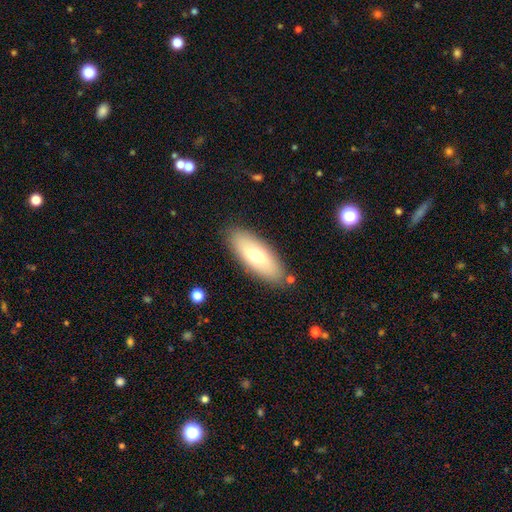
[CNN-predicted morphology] Smooth or featured?
  - smooth: 68% *
  - featured or disk: 26%
  - star or artifact: 6%
How rounded?
  - in between: 76% *
  - cigar-shaped: 22%
  - round: 2%
Merging?
  - none: 85% *
  - minor disturbance: 10%
  - major disturbance: 3%
  - merger: 2%